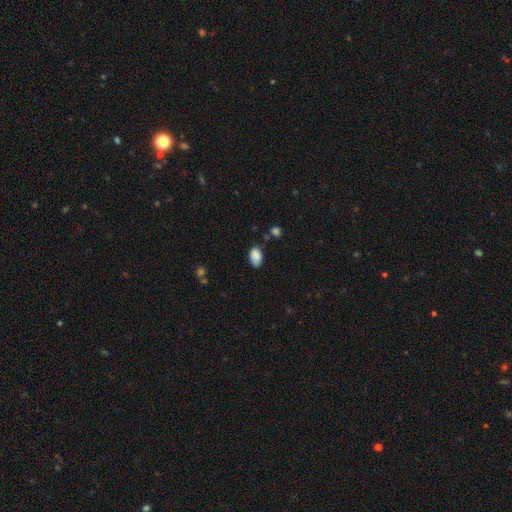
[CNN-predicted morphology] The model was most divided on "merging": none: 68%, minor disturbance: 24%, major disturbance: 5%, merger: 4%. More confident: how rounded — in between (92%); smooth or featured — smooth (86%).